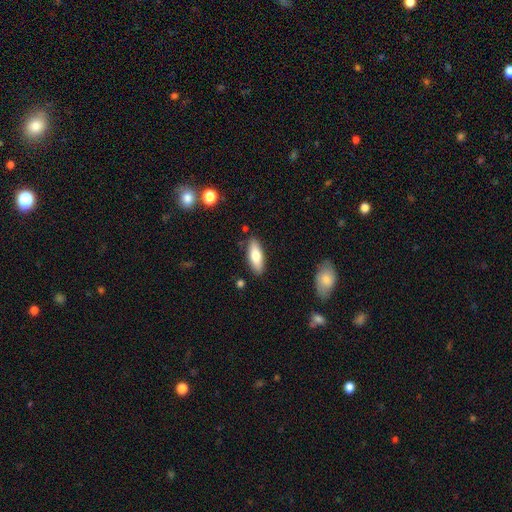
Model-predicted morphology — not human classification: smooth_or_featured: smooth (p=0.74) [alt: featured or disk p=0.20]
how_rounded: in between (p=0.68) [alt: cigar-shaped p=0.30]
merging: none (p=0.85) [alt: minor disturbance p=0.10]